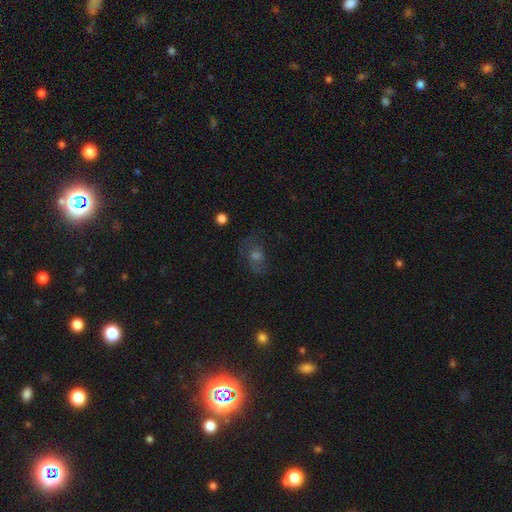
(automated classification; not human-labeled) Smooth or featured? Predicted: smooth (p=0.37). Merging? Predicted: none (p=0.59).